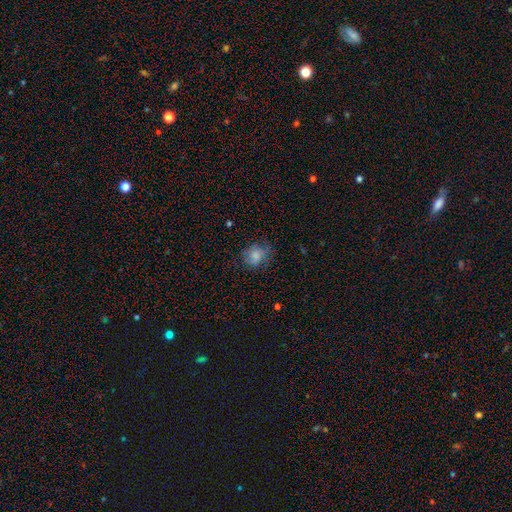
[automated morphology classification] This appears to be a smooth galaxy with no disk features (71%) that is round (60%). Merging: none (57%).